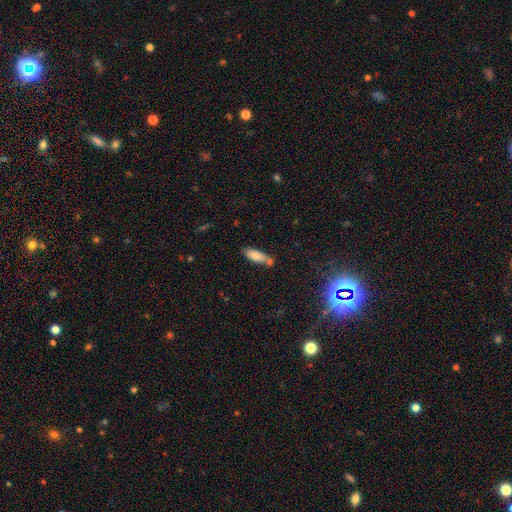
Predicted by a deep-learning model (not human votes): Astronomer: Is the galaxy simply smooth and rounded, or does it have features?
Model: smooth — 78%.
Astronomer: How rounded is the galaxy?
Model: in between — 60% (runner-up: cigar-shaped, 38%).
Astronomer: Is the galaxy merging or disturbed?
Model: none — 55%.